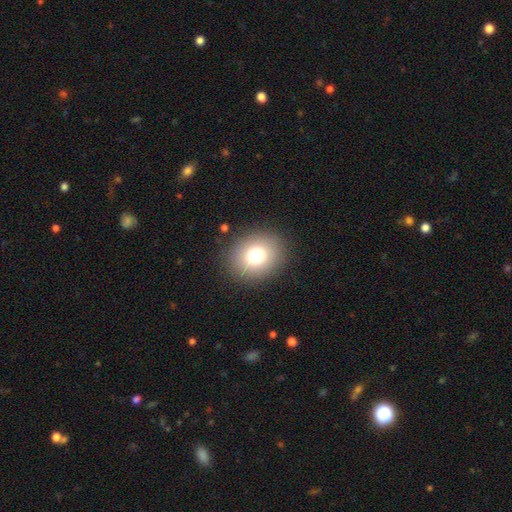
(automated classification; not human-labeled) Smooth or featured? Predicted: smooth (p=0.78). How rounded? Predicted: round (p=0.66). Merging? Predicted: none (p=0.88).